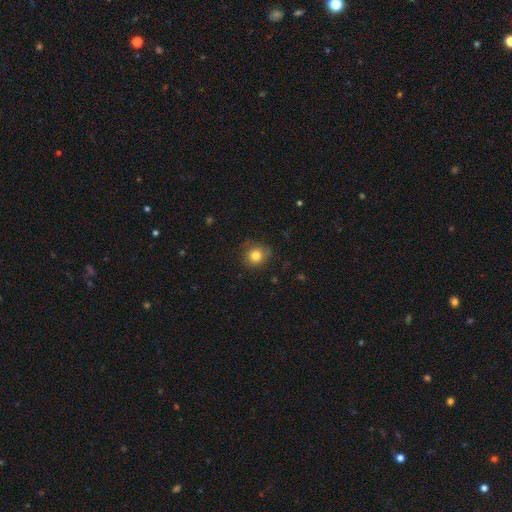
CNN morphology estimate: Smooth or featured? smooth (81%)
How rounded? round (88%)
Merging? none (80%)